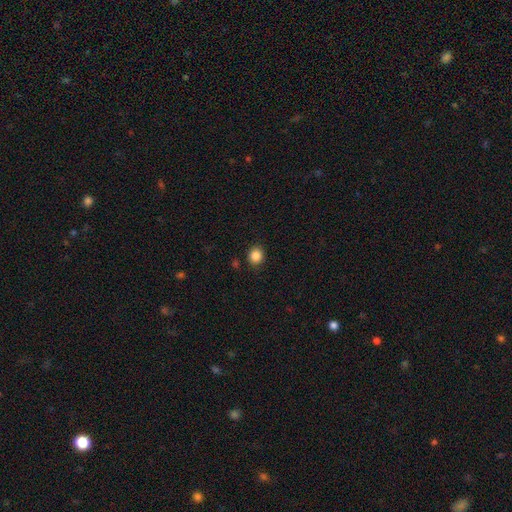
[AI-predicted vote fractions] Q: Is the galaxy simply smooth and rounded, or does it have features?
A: smooth — 86%.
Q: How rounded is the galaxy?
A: round — 84%.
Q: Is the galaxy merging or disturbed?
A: none — 89%.